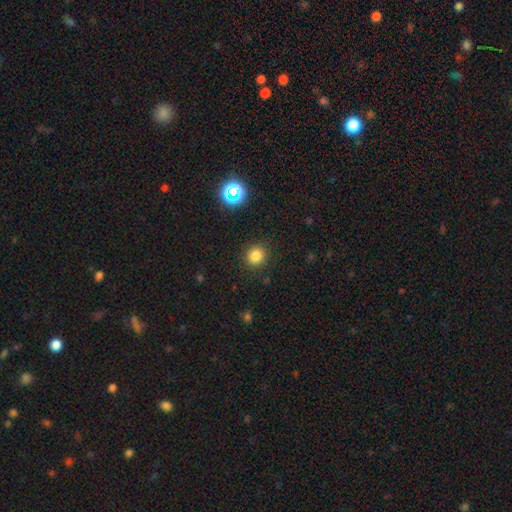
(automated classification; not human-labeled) Smooth or featured: smooth — 81% (star or artifact — 14%)
How rounded: round — 86% (in between — 13%)
Merging: none — 90% (minor disturbance — 7%)